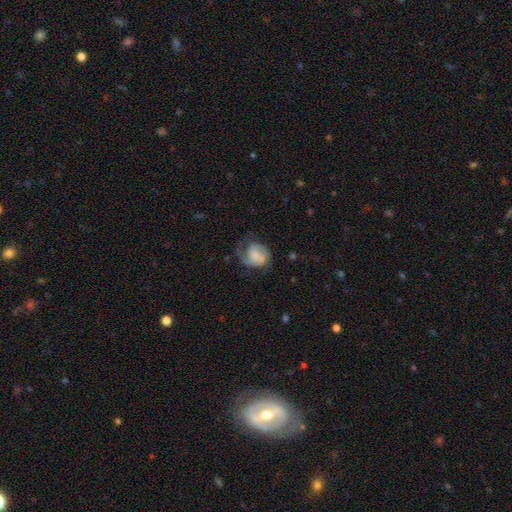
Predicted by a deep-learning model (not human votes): A featured or disk galaxy (65%) with no bar (63%), 2 (47%) medium (40%) spiral arms (90%) and a small central bulge (32%). Merging: none (47%).